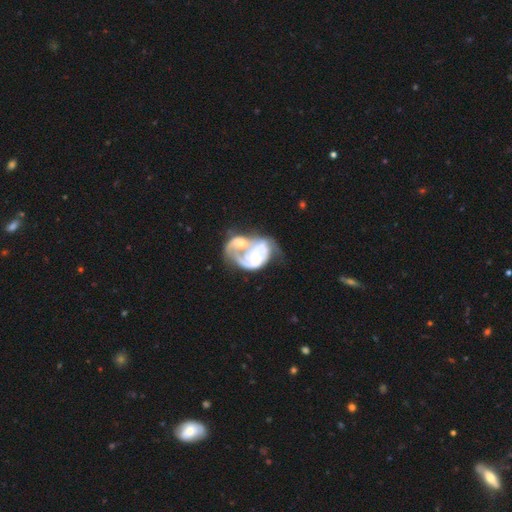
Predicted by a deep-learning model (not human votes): featured or disk 77%, smooth 17%, star or artifact 6%. Down the decision tree: edge-on disk — no (98%); bar — no (77%); spiral arms — yes (69%); spiral arm count — 2 (41%); spiral winding — medium (37%); bulge size — moderate (40%); merging — merger (63%).